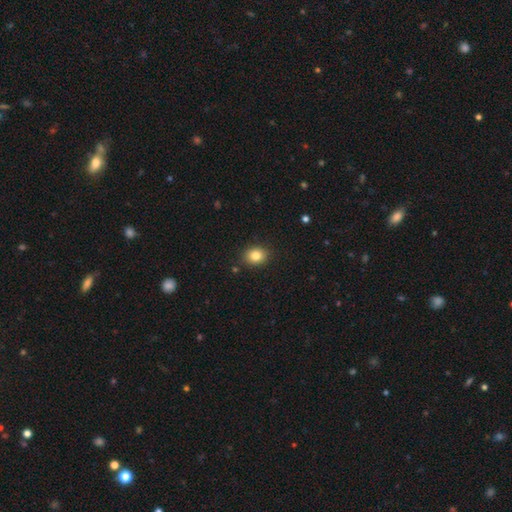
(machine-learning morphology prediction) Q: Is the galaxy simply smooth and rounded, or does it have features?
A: smooth — 84%.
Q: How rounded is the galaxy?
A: round — 55%.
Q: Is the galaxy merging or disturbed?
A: none — 88%.